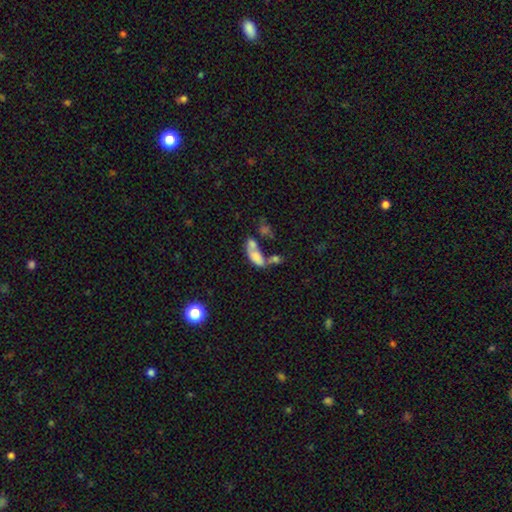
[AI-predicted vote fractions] Morphology: type=smooth (65%); roundness=in between (84%); merging=merger (56%).